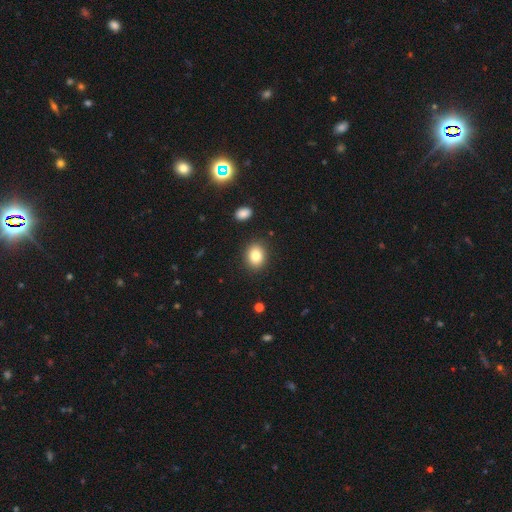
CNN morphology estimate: Smooth or featured?
  - smooth: 83% *
  - star or artifact: 10%
  - featured or disk: 8%
How rounded?
  - in between: 50% *
  - round: 49%
  - cigar-shaped: 1%
Merging?
  - none: 88% *
  - minor disturbance: 8%
  - major disturbance: 2%
  - merger: 2%